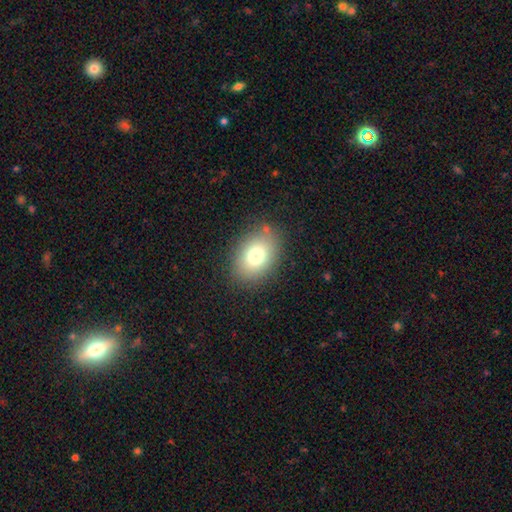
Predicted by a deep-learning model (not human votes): Morphology: type=smooth (76%); roundness=in between (73%); merging=none (82%).